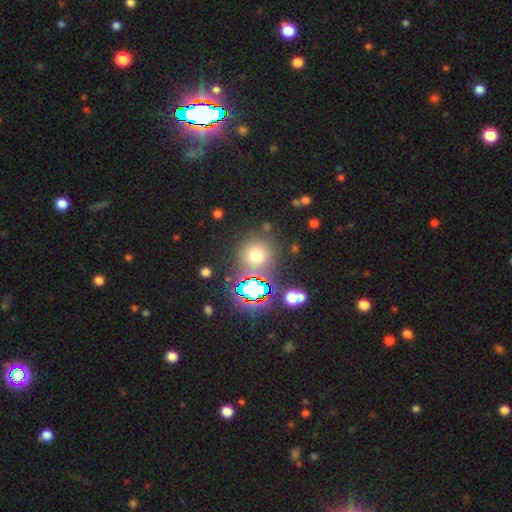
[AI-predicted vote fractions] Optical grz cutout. It shows a smooth galaxy with no disk features (62%) that is round (89%). Merging: none (76%).